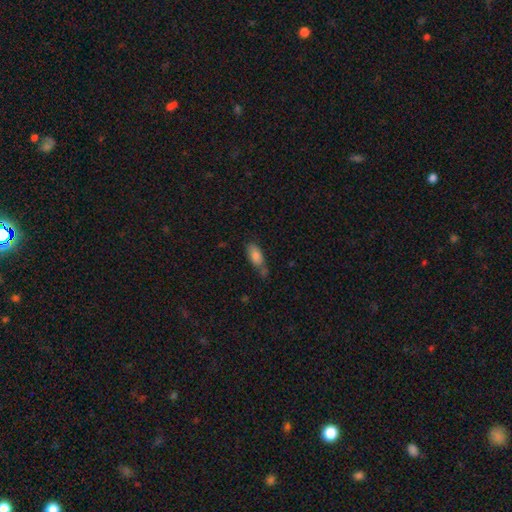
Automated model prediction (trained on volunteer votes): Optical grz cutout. It shows a smooth galaxy with no disk features (82%) that is in between round and cigar-shaped (84%). Merging: none (48%).